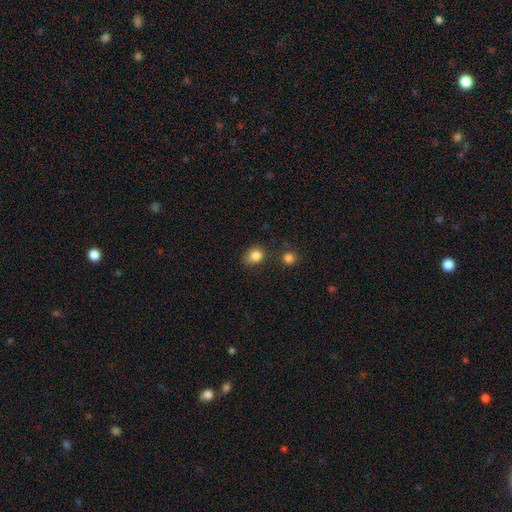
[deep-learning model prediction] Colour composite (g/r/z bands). It shows a smooth galaxy with no disk features (84%) that is round (59%). Merging: none (71%).